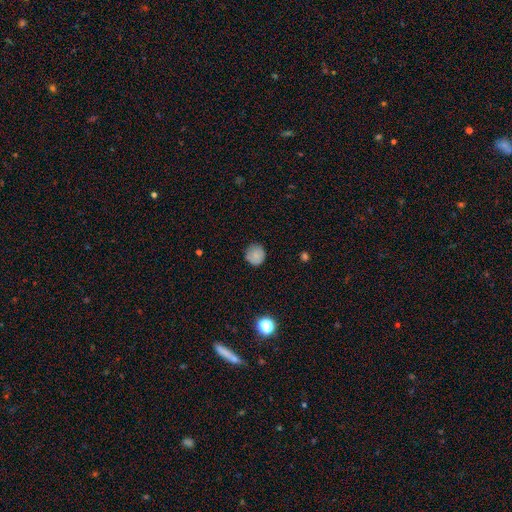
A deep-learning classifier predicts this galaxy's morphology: A smooth galaxy with no disk features (80%) that is round (93%). Merging: none (83%).